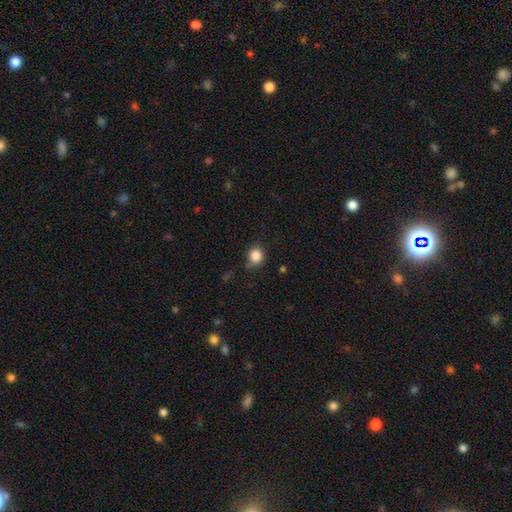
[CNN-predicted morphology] smooth-or-featured: smooth: 84% | star or artifact: 11% | featured or disk: 5%
  how-rounded: round: 75% | in between: 24% | cigar-shaped: 1%
  merging: none: 76% | minor disturbance: 18% | major disturbance: 4% | merger: 2%